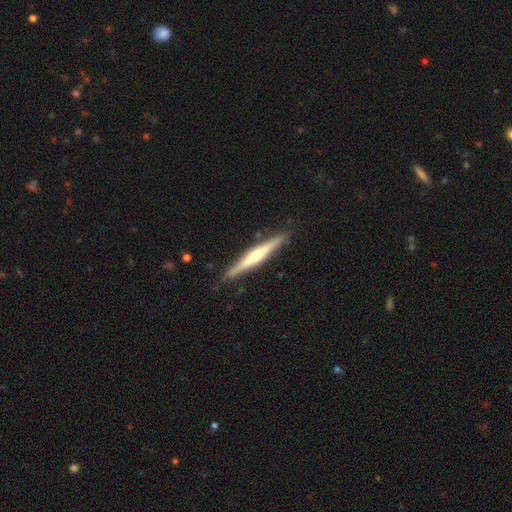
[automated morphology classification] This is likely a featured or disk galaxy (63%). It is clearly viewed edge-on (98%). Edge-on bulge: likely rounded (67%). Merging: clearly none (88%).